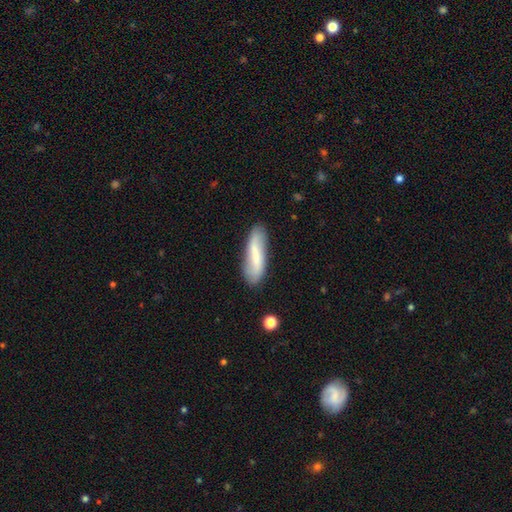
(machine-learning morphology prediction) A smooth galaxy with no disk features (56%) that is cigar-shaped (60%).

Vote fractions:
- Smooth or featured? smooth: 56% / featured or disk: 38% / star or artifact: 7%
- How rounded? cigar-shaped: 60% / in between: 38% / round: 2%
- Merging? none: 81% / minor disturbance: 14% / major disturbance: 3% / merger: 2%